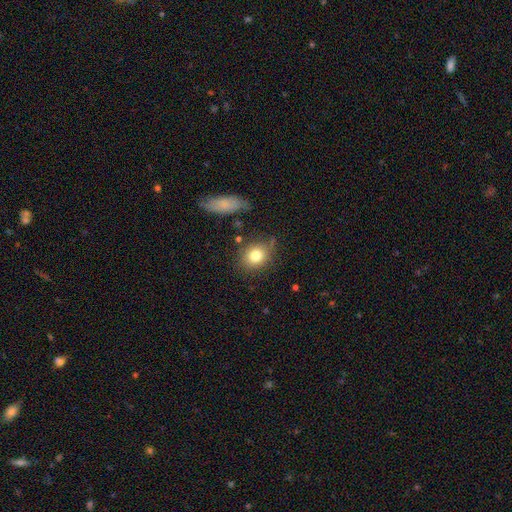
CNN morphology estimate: The model was most divided on "how rounded": round: 66%, in between: 33%, cigar-shaped: 1%. More confident: smooth or featured — smooth (80%); merging — none (75%).